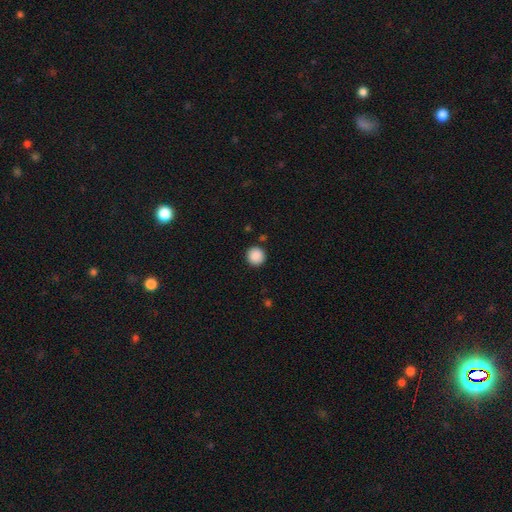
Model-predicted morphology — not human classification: smooth_or_featured: smooth (p=0.89) [alt: star or artifact p=0.09]
how_rounded: round (p=0.95) [alt: in between p=0.04]
merging: none (p=0.91) [alt: minor disturbance p=0.05]